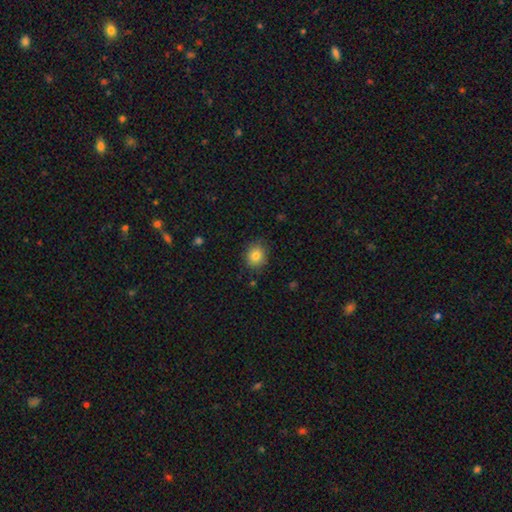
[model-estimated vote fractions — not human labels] Overall: smooth (83%). How rounded: round (74%). Merging: none (85%).